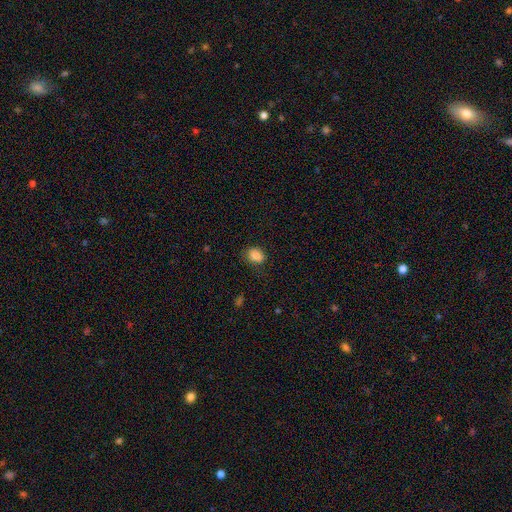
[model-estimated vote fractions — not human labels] Smooth or featured? smooth (86%)
How rounded? in between (64%)
Merging? none (76%)